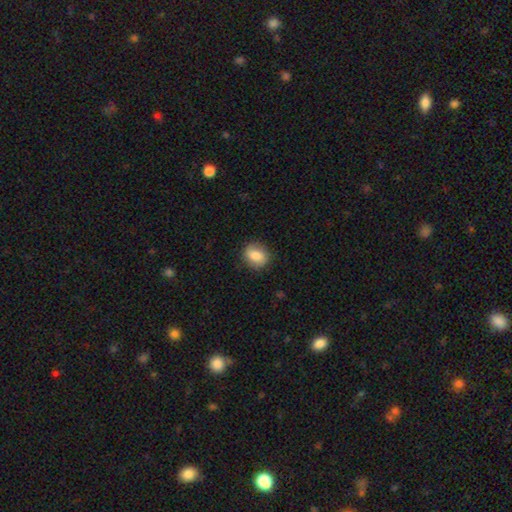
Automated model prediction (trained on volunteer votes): Smooth or featured? Predicted: smooth (p=0.80). How rounded? Predicted: round (p=0.61). Merging? Predicted: none (p=0.85).